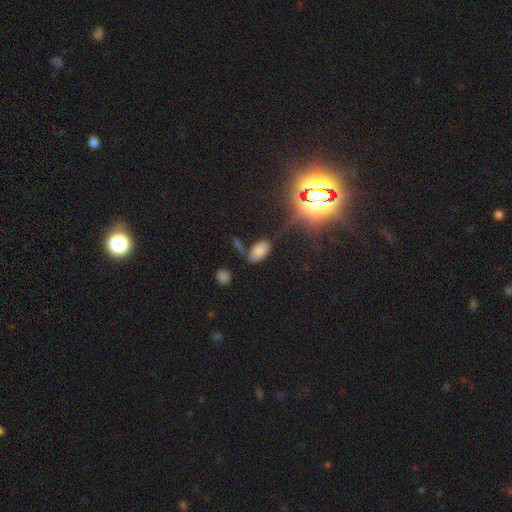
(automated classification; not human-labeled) Morphology: type=smooth (56%); roundness=in between (91%); merging=none (69%).